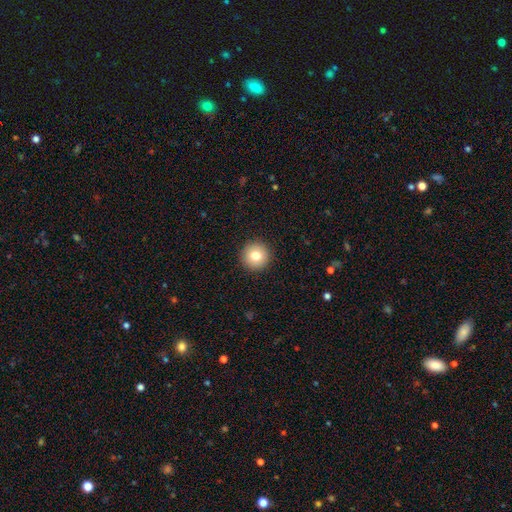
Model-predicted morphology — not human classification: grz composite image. It shows a smooth galaxy with no disk features (79%) that is round (96%). Merging: none (93%).